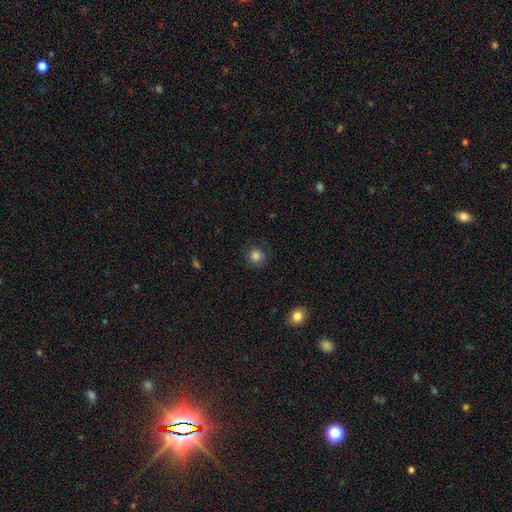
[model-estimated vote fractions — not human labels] Smooth or featured? Predicted: smooth (p=0.85). How rounded? Predicted: round (p=0.90). Merging? Predicted: none (p=0.88).